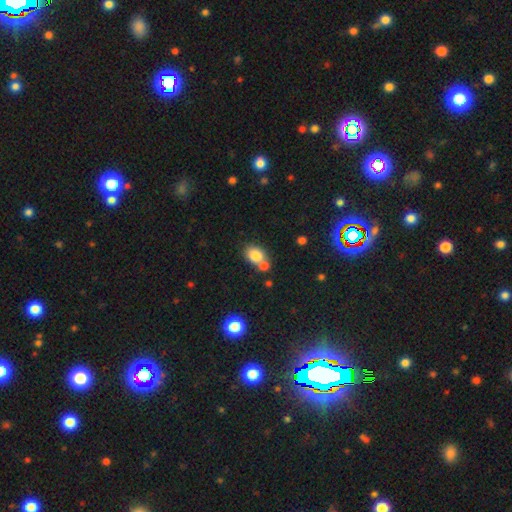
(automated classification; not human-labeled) smooth 81%, star or artifact 10%, featured or disk 9%. Down the decision tree: how rounded — in between (61%); merging — none (49%).